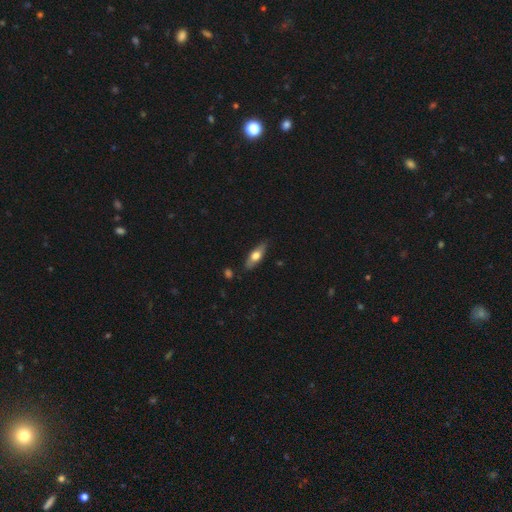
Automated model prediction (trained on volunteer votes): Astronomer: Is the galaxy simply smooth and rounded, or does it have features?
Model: smooth — 55% (runner-up: featured or disk, 39%).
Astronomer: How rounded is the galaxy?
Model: in between — 62%.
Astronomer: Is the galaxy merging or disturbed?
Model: none — 82%.